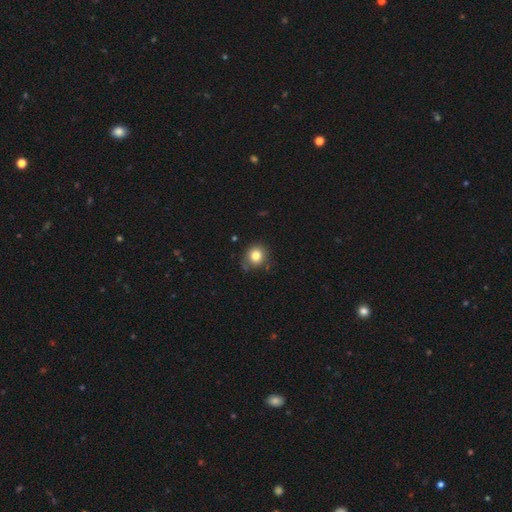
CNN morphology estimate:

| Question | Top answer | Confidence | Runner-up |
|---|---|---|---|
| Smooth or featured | smooth | 81% | star or artifact (11%) |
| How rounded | round | 84% | in between (15%) |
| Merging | none | 75% | minor disturbance (19%) |